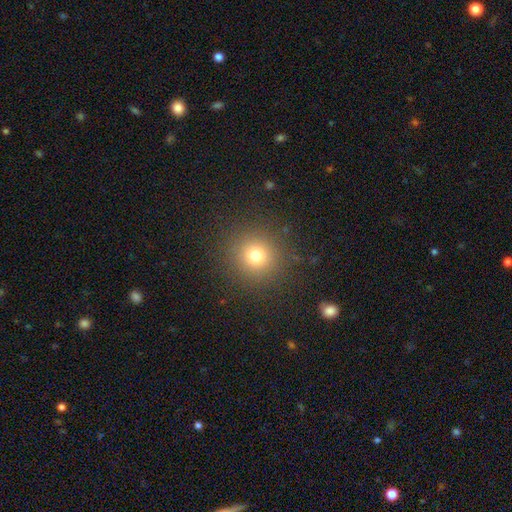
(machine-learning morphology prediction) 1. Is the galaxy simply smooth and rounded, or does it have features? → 74% smooth, 18% star or artifact, 8% featured or disk.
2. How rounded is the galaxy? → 94% round, 6% in between, 1% cigar-shaped.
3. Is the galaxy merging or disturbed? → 89% none, 6% minor disturbance, 3% major disturbance, 1% merger.